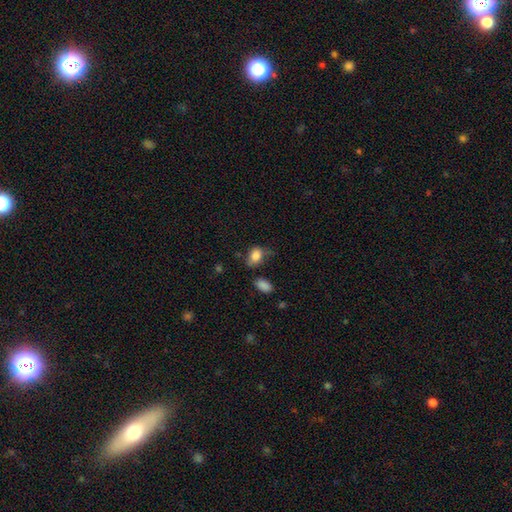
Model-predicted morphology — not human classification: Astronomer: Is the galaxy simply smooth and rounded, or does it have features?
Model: smooth — 82%.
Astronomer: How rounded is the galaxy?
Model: in between — 75%.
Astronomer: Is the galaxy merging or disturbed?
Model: none — 44% (runner-up: minor disturbance, 34%).